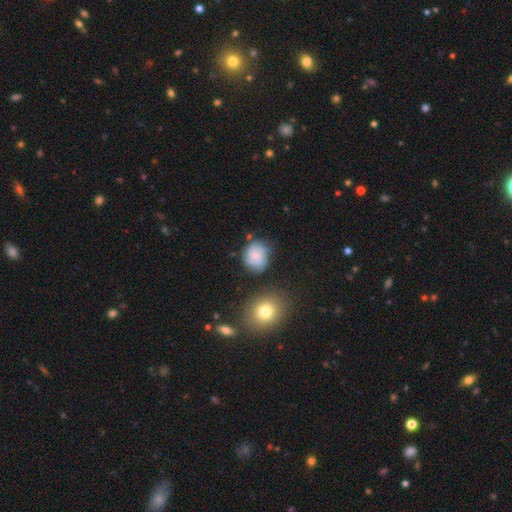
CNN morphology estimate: Overall: smooth (52%; featured or disk 39%). How rounded: round (74%). Merging: none (67%).